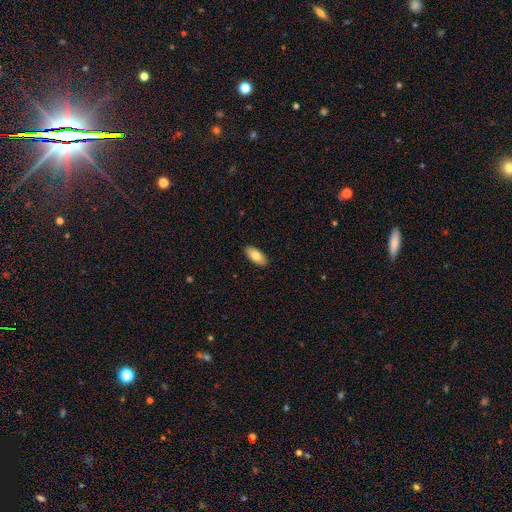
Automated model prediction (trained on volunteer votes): Morphology: type=smooth (80%); roundness=in between (91%); merging=none (90%).